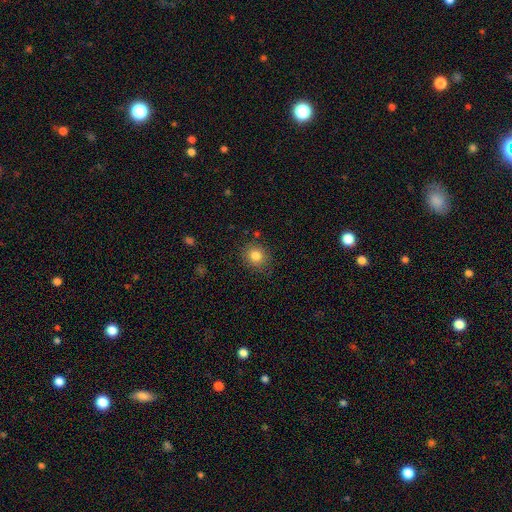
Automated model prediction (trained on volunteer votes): Overall: smooth (82%). How rounded: round (80%). Merging: none (85%).